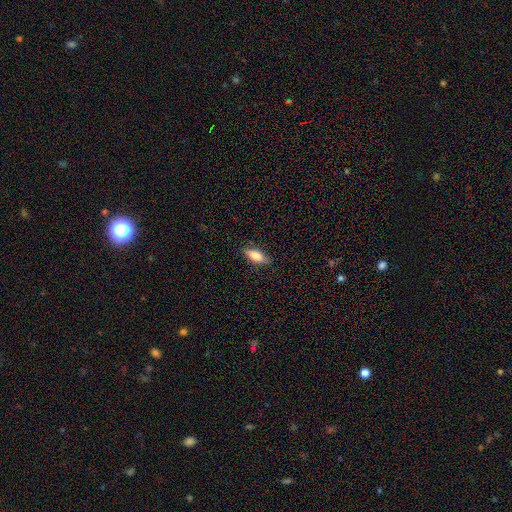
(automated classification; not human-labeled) A smooth galaxy with no disk features (78%) that is in between round and cigar-shaped (72%).

Vote fractions:
- Smooth or featured? smooth: 78% / featured or disk: 15% / star or artifact: 7%
- How rounded? in between: 72% / cigar-shaped: 26% / round: 3%
- Merging? none: 84% / minor disturbance: 13% / major disturbance: 2% / merger: 1%